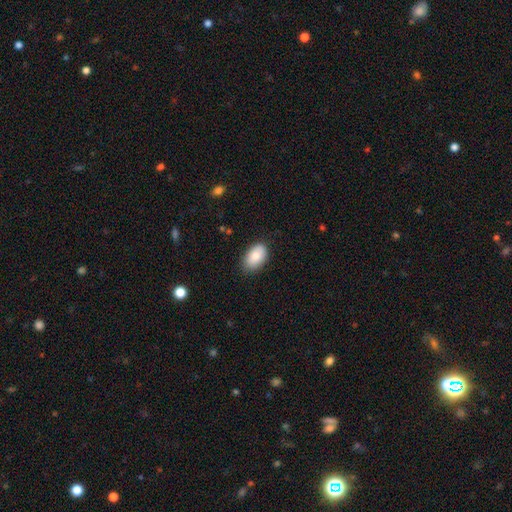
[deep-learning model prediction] smooth-or-featured: smooth: 85% | featured or disk: 8% | star or artifact: 7%
  how-rounded: in between: 93% | round: 6% | cigar-shaped: 1%
  merging: none: 82% | minor disturbance: 15% | major disturbance: 3% | merger: 1%